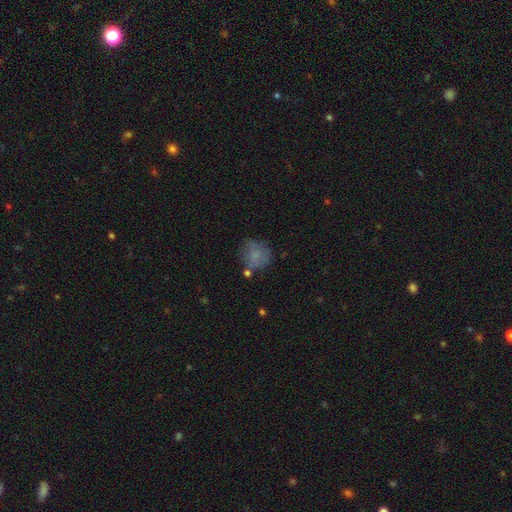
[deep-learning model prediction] Smooth or featured? Predicted: smooth (p=0.72). How rounded? Predicted: round (p=0.81). Merging? Predicted: none (p=0.57).